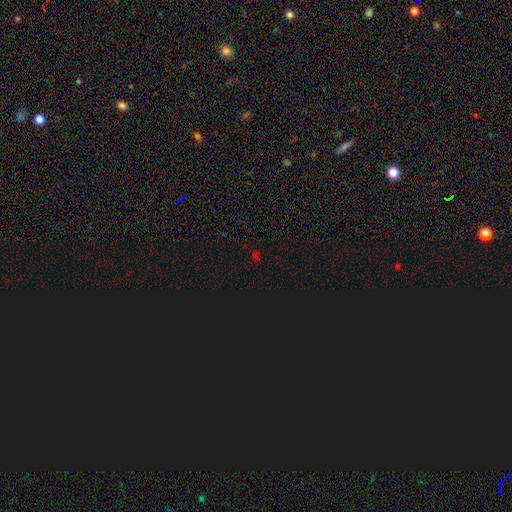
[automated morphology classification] A star or artifact, not a galaxy (69%).